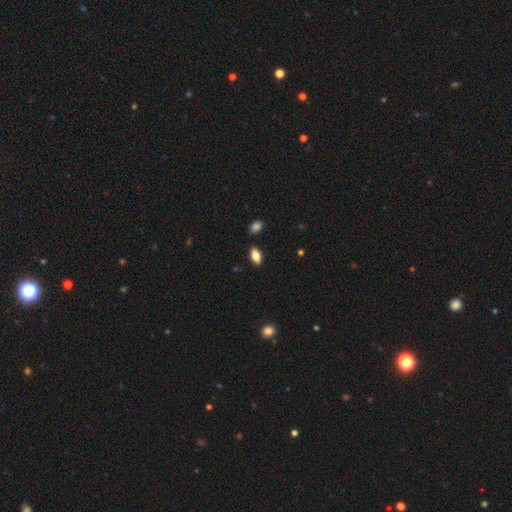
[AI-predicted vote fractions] A smooth galaxy with no disk features (76%) that is in between round and cigar-shaped (88%).

Vote fractions:
- Smooth or featured? smooth: 76% / featured or disk: 16% / star or artifact: 8%
- How rounded? in between: 88% / cigar-shaped: 9% / round: 3%
- Merging? none: 87% / minor disturbance: 9% / merger: 2% / major disturbance: 2%